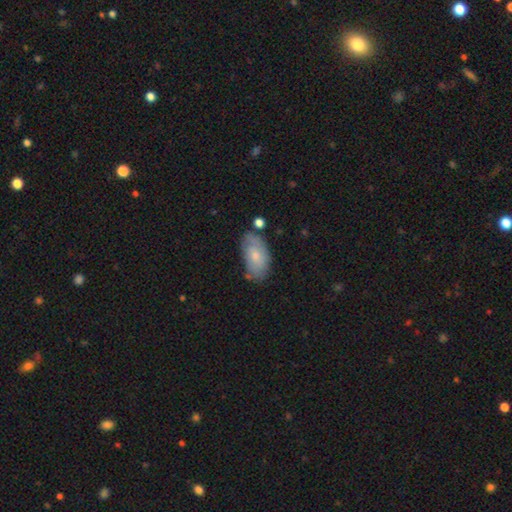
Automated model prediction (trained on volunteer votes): This is likely a smooth galaxy (71%). How rounded: clearly in between (94%). Merging: likely none (63%).